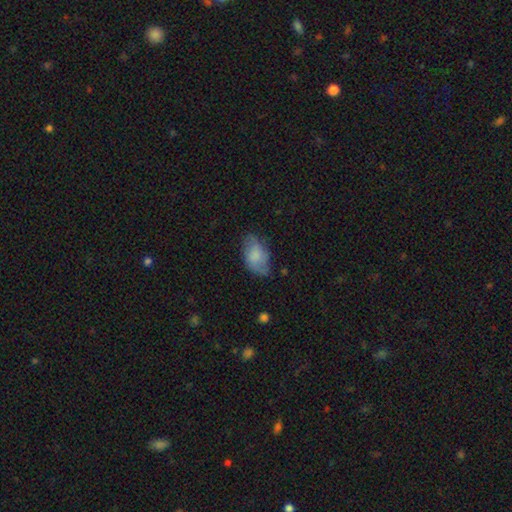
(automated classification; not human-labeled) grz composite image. It shows a smooth galaxy with no disk features (73%) that is in between round and cigar-shaped (92%). Merging: none (56%).